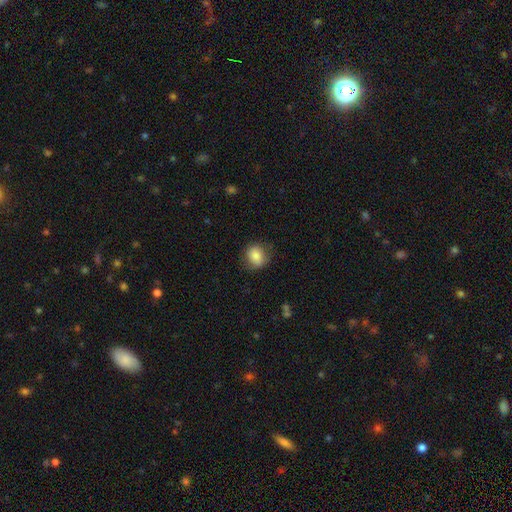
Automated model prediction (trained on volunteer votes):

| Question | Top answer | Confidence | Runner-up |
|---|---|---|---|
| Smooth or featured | smooth | 80% | featured or disk (11%) |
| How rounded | round | 69% | in between (30%) |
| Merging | none | 79% | minor disturbance (15%) |